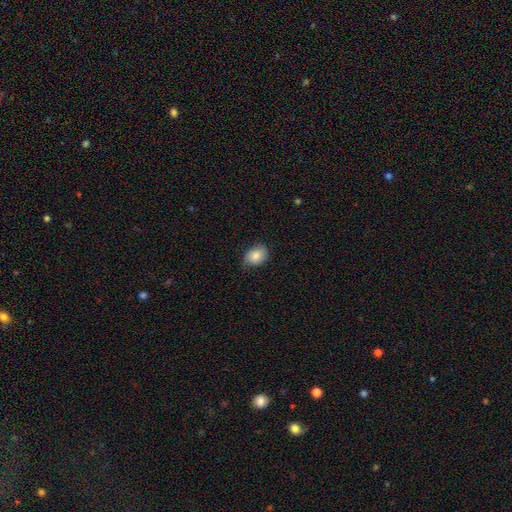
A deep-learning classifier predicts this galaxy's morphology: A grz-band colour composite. It shows a smooth galaxy with no disk features (83%) that is in between round and cigar-shaped (71%). Merging: none (72%).